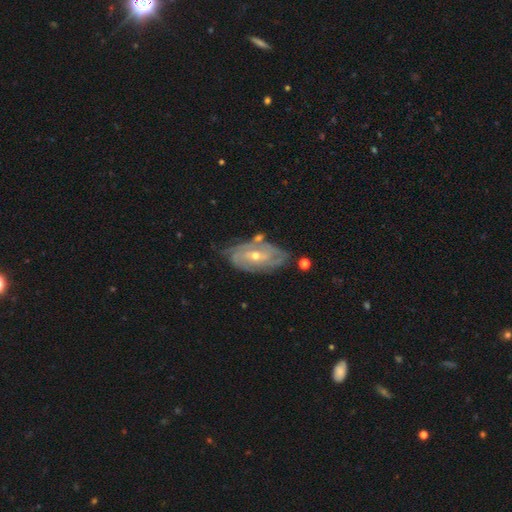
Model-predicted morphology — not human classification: The model was most divided on "bulge size": small: 50%, moderate: 47%, large: 1%, none: 1%, dominant: 1%. Remaining: edge-on disk — no (93%); spiral arms — yes (89%); smooth or featured — featured or disk (81%); spiral winding — tight (66%); merging — none (64%); bar — no (52%); spiral arm count — can't tell (41%).